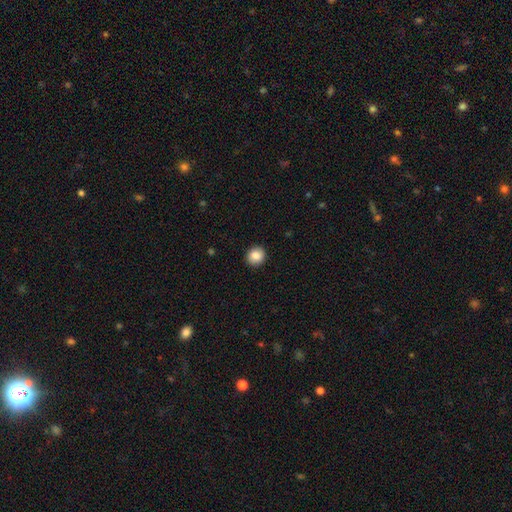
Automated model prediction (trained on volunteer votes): The model was most divided on "how rounded": round: 86%, in between: 13%, cigar-shaped: 1%. More confident: merging — none (92%); smooth or featured — smooth (86%).